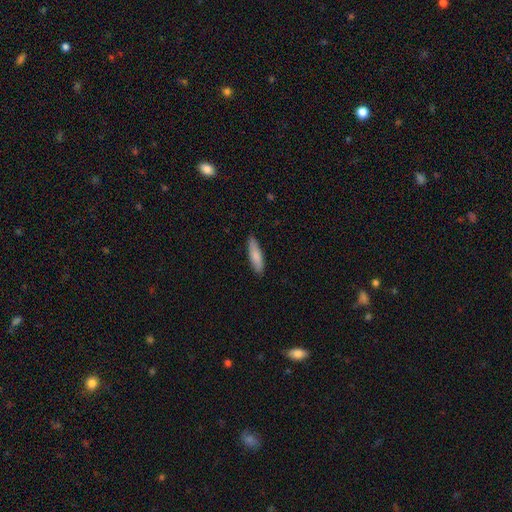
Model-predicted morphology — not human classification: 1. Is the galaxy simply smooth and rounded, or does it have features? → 82% smooth, 13% featured or disk, 5% star or artifact.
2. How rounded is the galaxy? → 66% cigar-shaped, 32% in between, 2% round.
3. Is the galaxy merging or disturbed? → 87% none, 10% minor disturbance, 2% major disturbance, 1% merger.